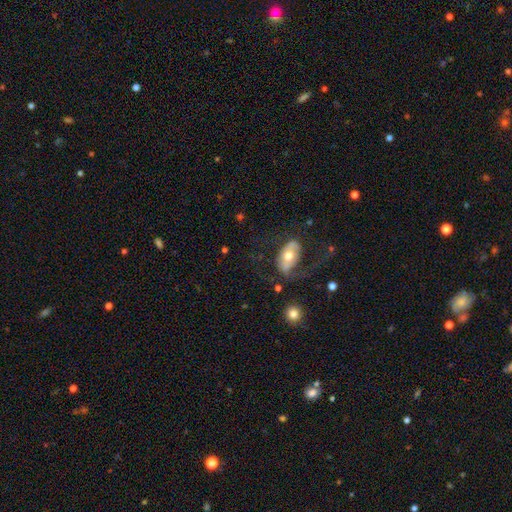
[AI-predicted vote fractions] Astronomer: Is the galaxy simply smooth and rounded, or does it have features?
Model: featured or disk — 52% (runner-up: smooth, 30%).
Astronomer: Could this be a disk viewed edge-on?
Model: no — 84%.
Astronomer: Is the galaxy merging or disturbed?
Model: none — 68%.